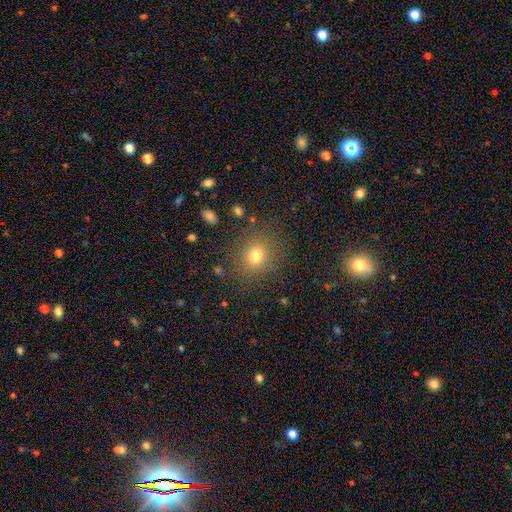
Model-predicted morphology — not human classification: Smooth or featured: smooth — 75% (star or artifact — 16%)
How rounded: round — 78% (in between — 21%)
Merging: none — 84% (minor disturbance — 9%)